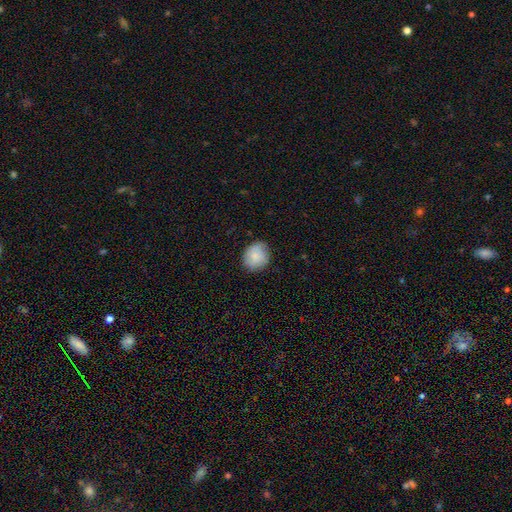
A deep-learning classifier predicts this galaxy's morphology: Smooth or featured? smooth (82%)
How rounded? round (68%)
Merging? none (78%)